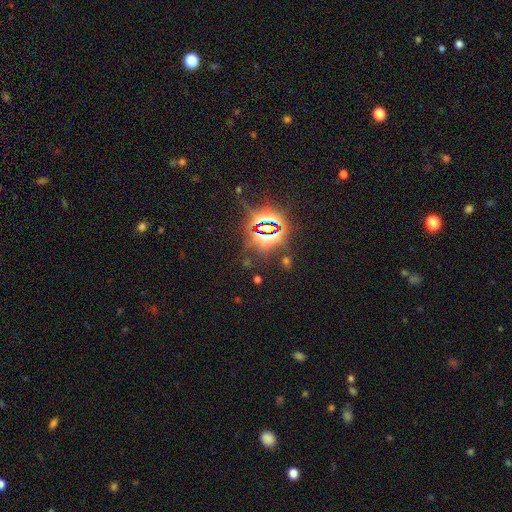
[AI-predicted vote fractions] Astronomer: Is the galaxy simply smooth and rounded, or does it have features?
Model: star or artifact — 83%.